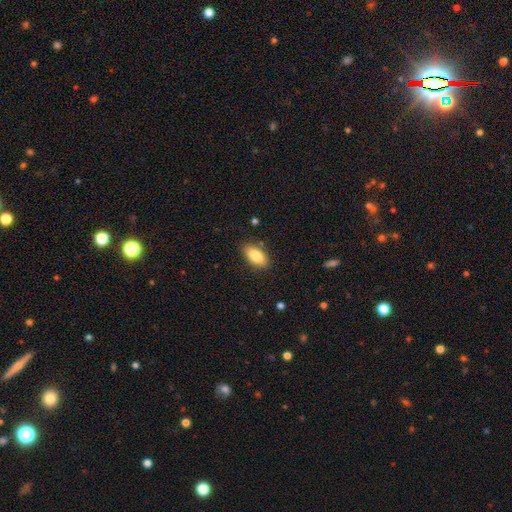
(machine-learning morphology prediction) Smooth or featured: smooth — 85% (featured or disk — 8%)
How rounded: in between — 91% (cigar-shaped — 5%)
Merging: none — 84% (minor disturbance — 12%)